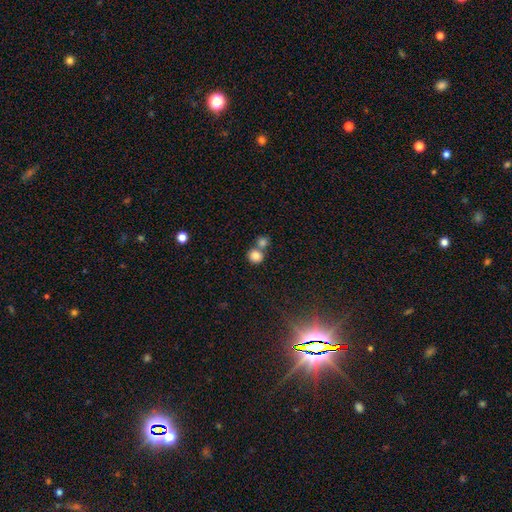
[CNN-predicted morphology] The model was most divided on "merging": none: 49%, merger: 41%, minor disturbance: 7%, major disturbance: 3%. More confident: how rounded — round (88%); smooth or featured — smooth (82%).